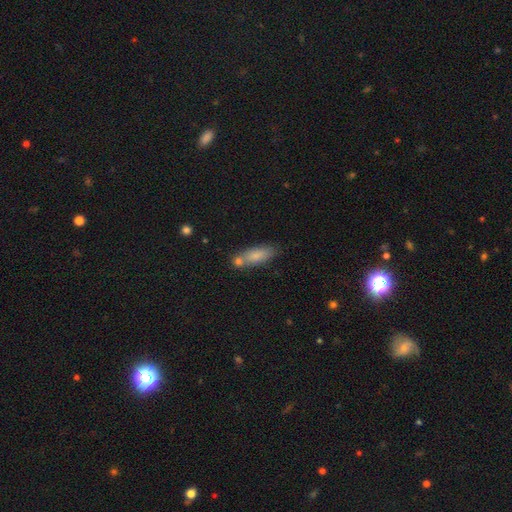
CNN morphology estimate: smooth_or_featured: smooth (p=0.79) [alt: featured or disk p=0.13]
how_rounded: in between (p=0.59) [alt: cigar-shaped p=0.38]
merging: none (p=0.61) [alt: merger p=0.20]